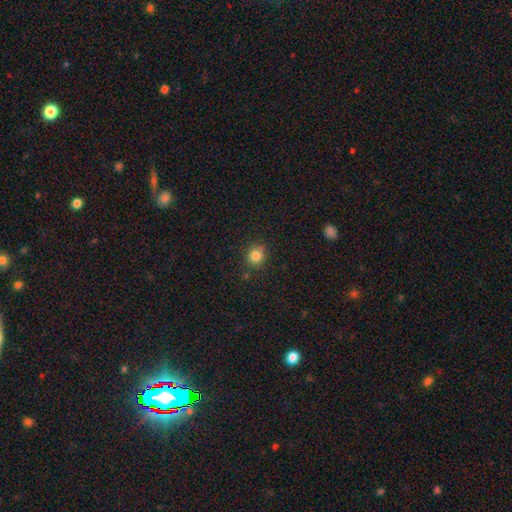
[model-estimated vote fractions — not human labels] Smooth or featured?
  - smooth: 83% *
  - star or artifact: 12%
  - featured or disk: 5%
How rounded?
  - round: 82% *
  - in between: 17%
  - cigar-shaped: 1%
Merging?
  - none: 85% *
  - minor disturbance: 10%
  - major disturbance: 3%
  - merger: 2%